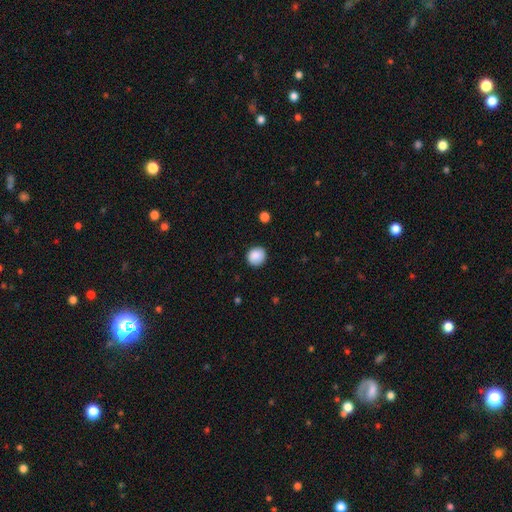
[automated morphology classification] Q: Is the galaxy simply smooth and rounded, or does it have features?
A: smooth — 89%.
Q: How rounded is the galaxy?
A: round — 88%.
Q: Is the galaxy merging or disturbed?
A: none — 88%.